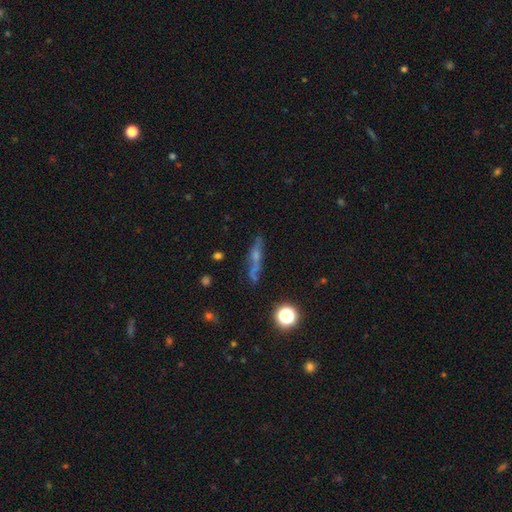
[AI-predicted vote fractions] Smooth or featured?
  - featured or disk: 51% *
  - smooth: 29%
  - star or artifact: 20%
Edge-on disk?
  - yes: 80% *
  - no: 20%
Merging?
  - none: 75% *
  - minor disturbance: 14%
  - merger: 6%
  - major disturbance: 5%